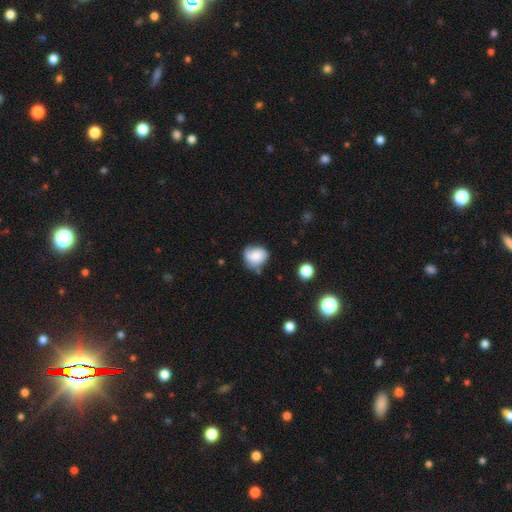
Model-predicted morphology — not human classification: The model was most divided on "merging": none: 55%, minor disturbance: 32%, major disturbance: 10%, merger: 4%. More confident: how rounded — round (72%); smooth or featured — smooth (60%).